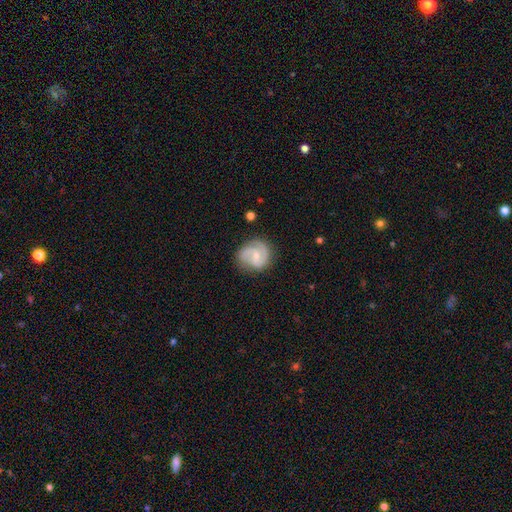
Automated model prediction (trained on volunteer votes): featured or disk 70%, smooth 24%, star or artifact 6%. Down the decision tree: edge-on disk — no (98%); bar — weak (48%); spiral arms — yes (93%); spiral arm count — 2 (70%); spiral winding — medium (47%); bulge size — small (58%); merging — none (69%).